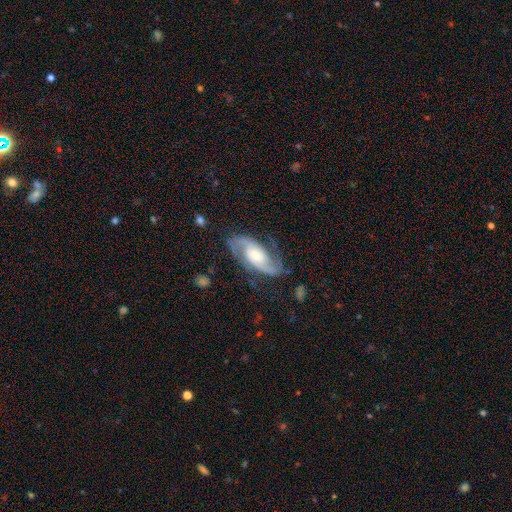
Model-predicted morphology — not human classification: Smooth or featured? featured or disk (87%)
Edge-on disk? no (96%)
Bar? no (50%)
Spiral arms? yes (97%)
Spiral winding? medium (53%)
Spiral arm count? 2 (92%)
Bulge size? moderate (41%)
Merging? none (76%)